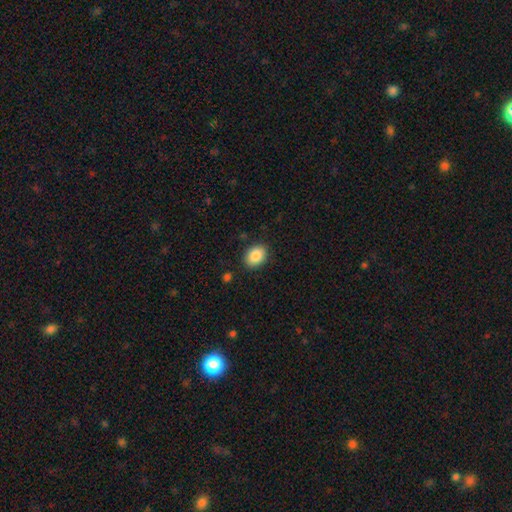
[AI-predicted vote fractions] Q: Smooth or featured?
A: smooth (87%); runner-up: star or artifact (8%)
Q: How rounded?
A: in between (61%); runner-up: round (38%)
Q: Merging?
A: none (88%); runner-up: minor disturbance (9%)